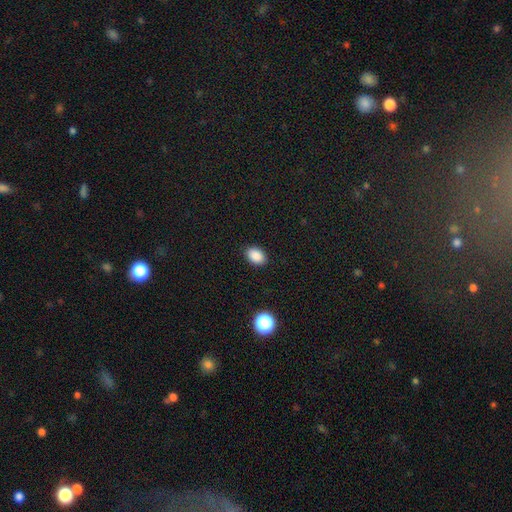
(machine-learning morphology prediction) This appears to be a smooth galaxy with no disk features (88%) that is in between round and cigar-shaped (82%). Merging: none (88%).